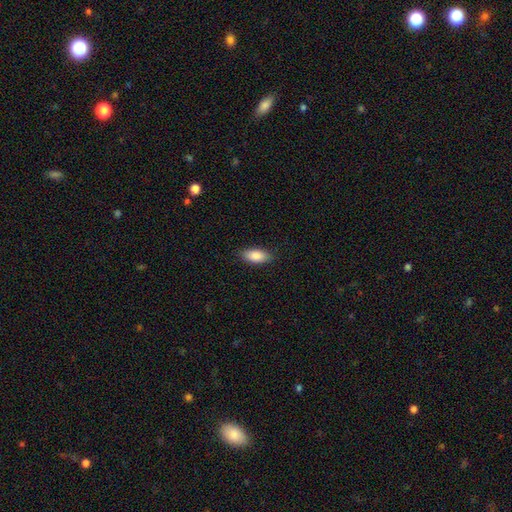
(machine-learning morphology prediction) Smooth or featured: smooth — 86% (featured or disk — 7%)
How rounded: in between — 87% (cigar-shaped — 10%)
Merging: none — 87% (minor disturbance — 9%)